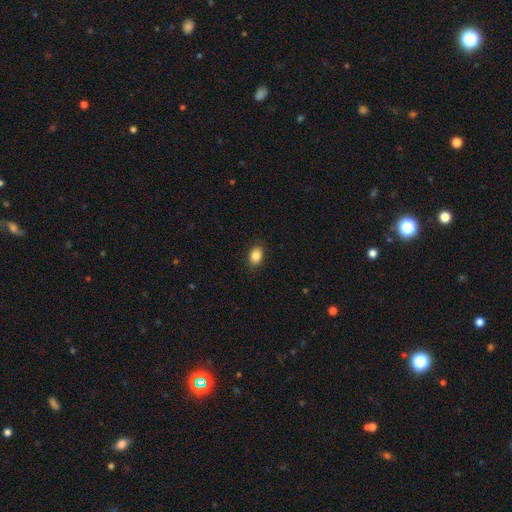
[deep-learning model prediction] This appears to be a smooth galaxy with no disk features (86%) that is in between round and cigar-shaped (80%). Merging: none (87%).